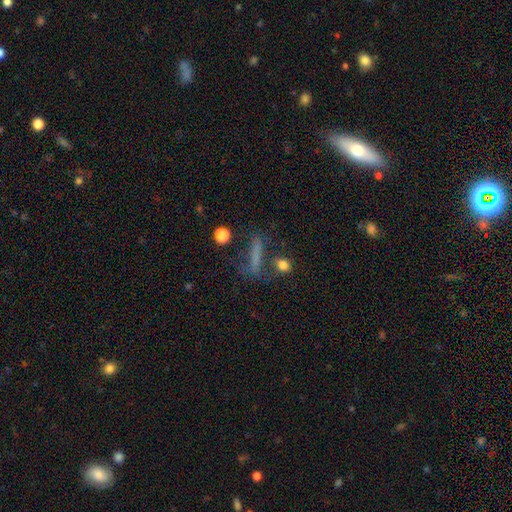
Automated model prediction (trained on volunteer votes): The model was most divided on "smooth or featured": smooth: 53%, featured or disk: 27%, star or artifact: 20%. More confident: how rounded — cigar-shaped (73%); merging — none (55%).